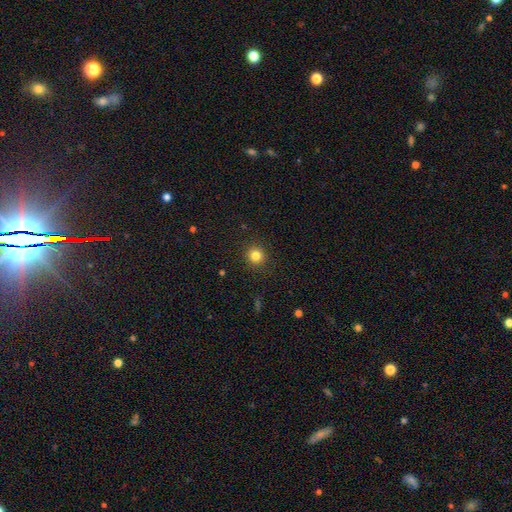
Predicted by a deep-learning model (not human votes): Q: Smooth or featured?
A: smooth (82%); runner-up: star or artifact (12%)
Q: How rounded?
A: round (92%); runner-up: in between (7%)
Q: Merging?
A: none (91%); runner-up: minor disturbance (6%)